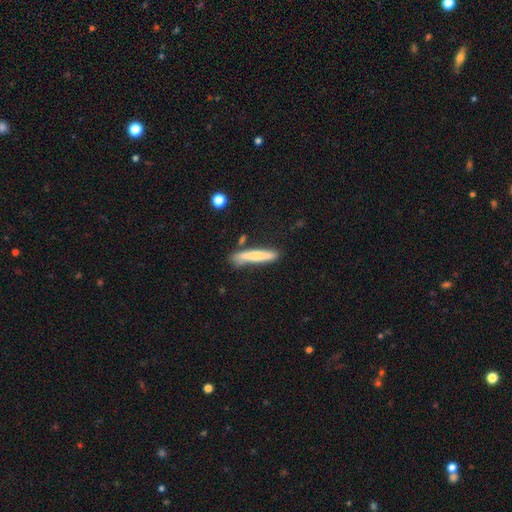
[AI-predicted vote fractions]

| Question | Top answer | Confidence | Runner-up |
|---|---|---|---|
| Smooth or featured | smooth | 72% | featured or disk (22%) |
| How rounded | cigar-shaped | 92% | in between (6%) |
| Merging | none | 71% | minor disturbance (18%) |